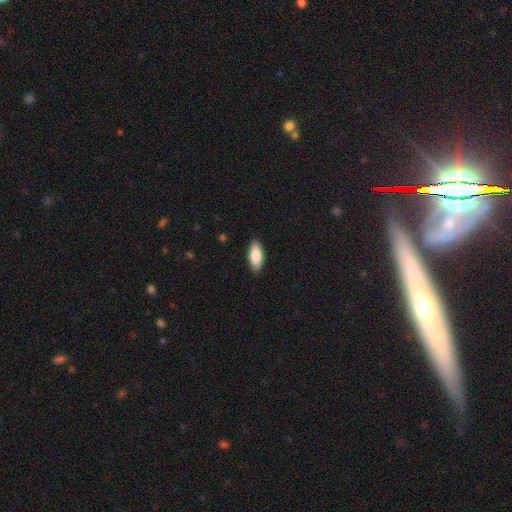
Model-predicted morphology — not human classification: Smooth or featured?
  - smooth: 82% *
  - featured or disk: 12%
  - star or artifact: 6%
How rounded?
  - in between: 81% *
  - cigar-shaped: 17%
  - round: 2%
Merging?
  - none: 89% *
  - minor disturbance: 9%
  - major disturbance: 2%
  - merger: 1%